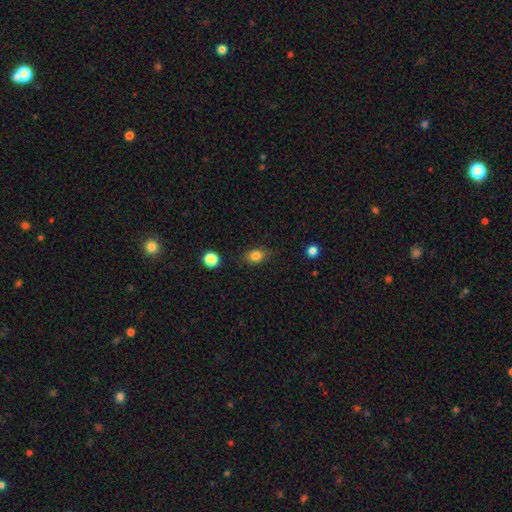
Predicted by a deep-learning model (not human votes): A smooth galaxy with no disk features (83%) that is in between round and cigar-shaped (61%). Merging: none (81%).